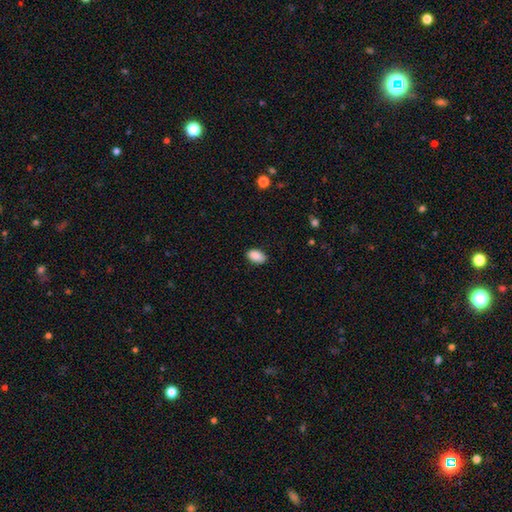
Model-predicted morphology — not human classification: Smooth or featured? smooth (89%)
How rounded? in between (93%)
Merging? none (82%)